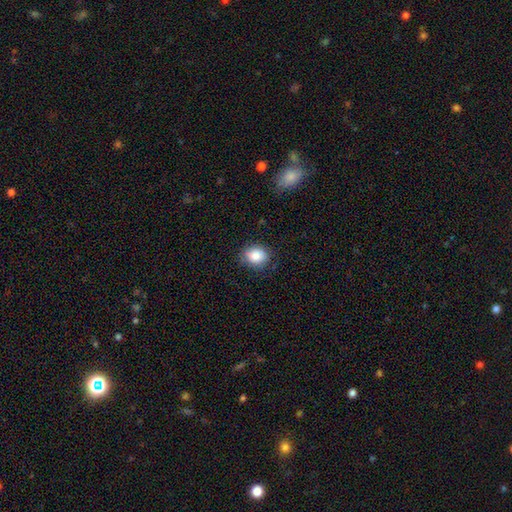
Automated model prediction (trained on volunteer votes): A smooth galaxy with no disk features (83%) that is round (60%). Merging: none (80%).